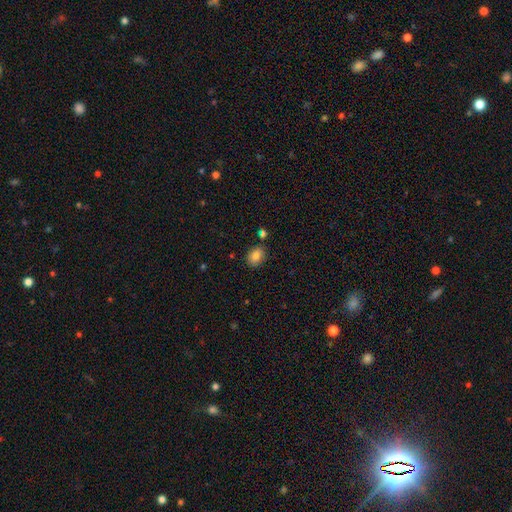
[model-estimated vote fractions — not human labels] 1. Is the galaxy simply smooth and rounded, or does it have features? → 83% smooth, 9% star or artifact, 7% featured or disk.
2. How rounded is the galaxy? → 70% in between, 28% round, 1% cigar-shaped.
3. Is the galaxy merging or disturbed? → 82% none, 11% minor disturbance, 5% merger, 3% major disturbance.